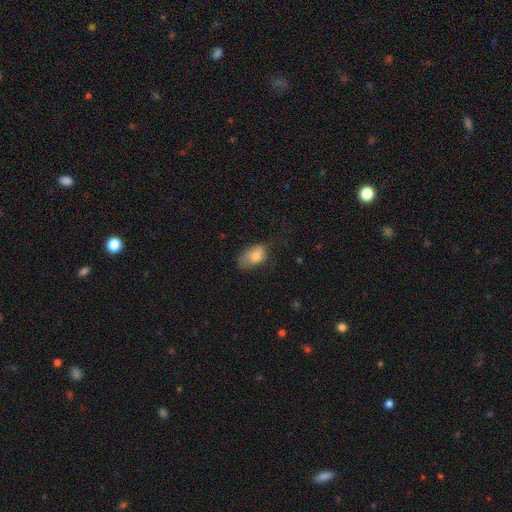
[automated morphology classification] smooth 77%, featured or disk 14%, star or artifact 8%. Down the decision tree: how rounded — in between (88%); merging — none (39%).